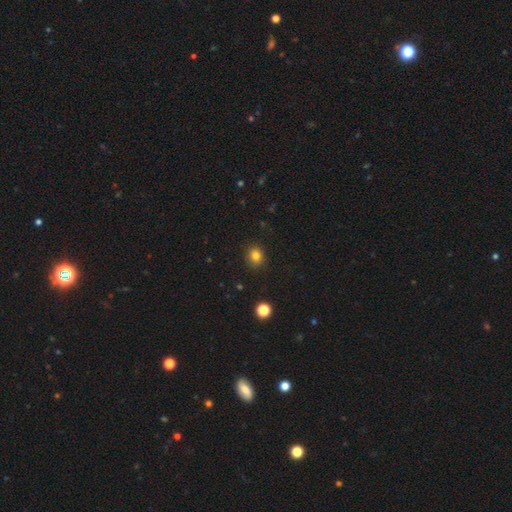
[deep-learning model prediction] smooth 81%, star or artifact 13%, featured or disk 6%. Down the decision tree: how rounded — round (76%); merging — none (90%).